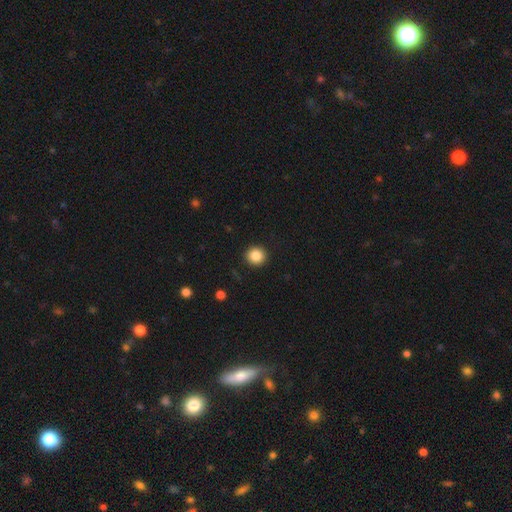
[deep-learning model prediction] smooth 86%, star or artifact 9%, featured or disk 5%. Down the decision tree: how rounded — round (93%); merging — none (92%).